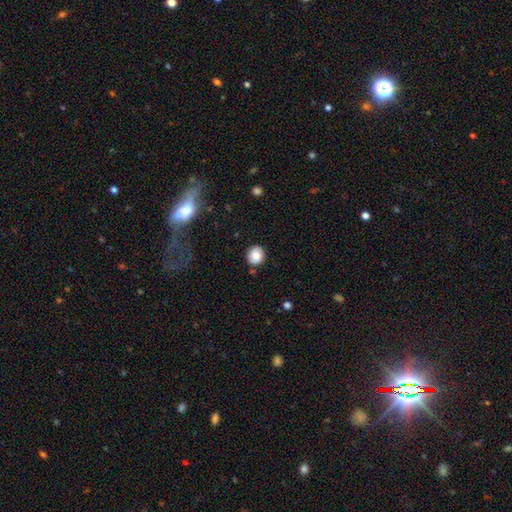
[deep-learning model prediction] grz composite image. It shows a smooth galaxy with no disk features (82%) that is round (79%). Merging: none (84%).